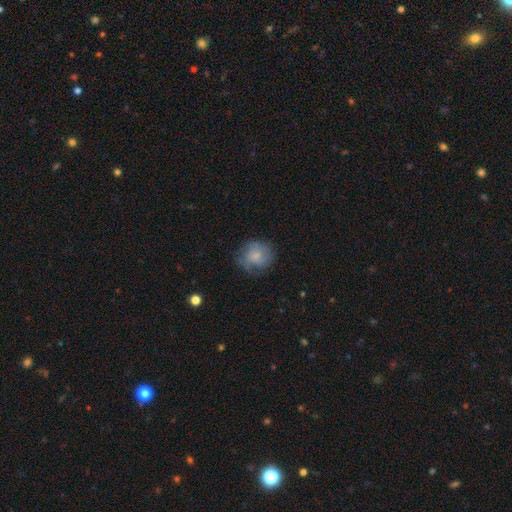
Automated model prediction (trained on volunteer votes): The model was most divided on "smooth or featured": smooth: 68%, featured or disk: 24%, star or artifact: 8%. More confident: how rounded — round (82%); merging — none (67%).